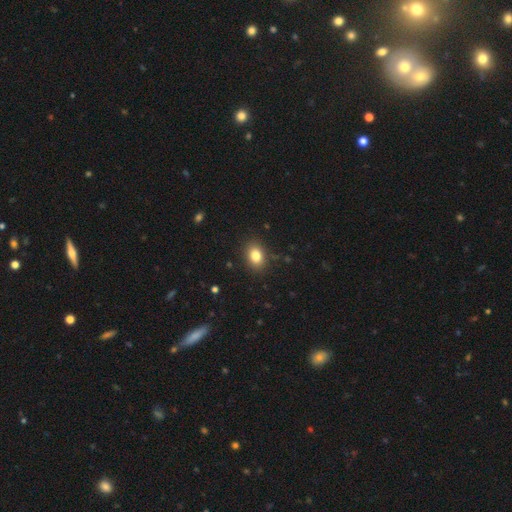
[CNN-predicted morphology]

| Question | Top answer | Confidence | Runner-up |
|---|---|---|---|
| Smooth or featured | smooth | 83% | star or artifact (10%) |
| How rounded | in between | 67% | round (32%) |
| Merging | none | 87% | minor disturbance (9%) |